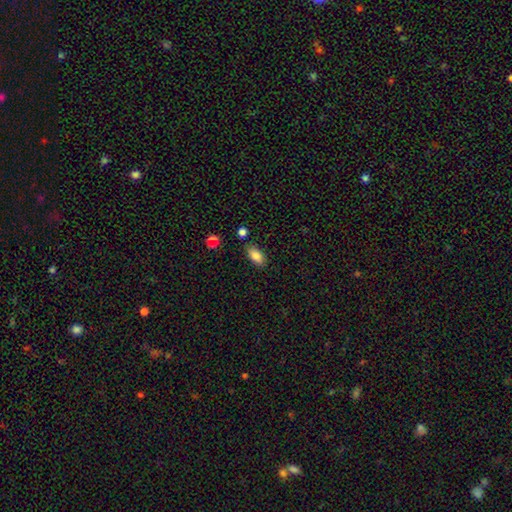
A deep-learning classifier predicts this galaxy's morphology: Smooth or featured? Predicted: smooth (p=0.84). How rounded? Predicted: in between (p=0.89). Merging? Predicted: none (p=0.82).